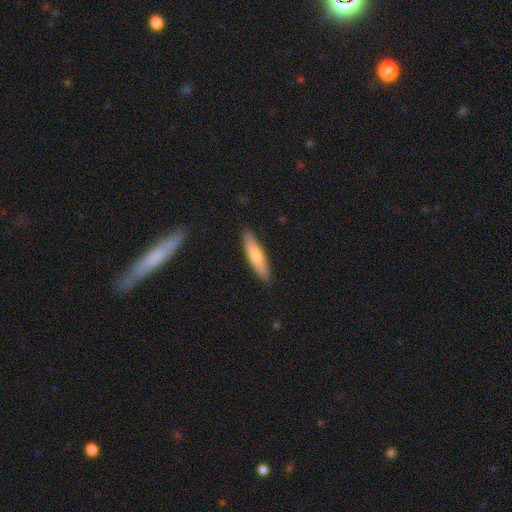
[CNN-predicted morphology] smooth-or-featured: smooth: 69% | featured or disk: 25% | star or artifact: 5%
  how-rounded: cigar-shaped: 81% | in between: 17% | round: 1%
  merging: none: 89% | minor disturbance: 8% | major disturbance: 2% | merger: 1%